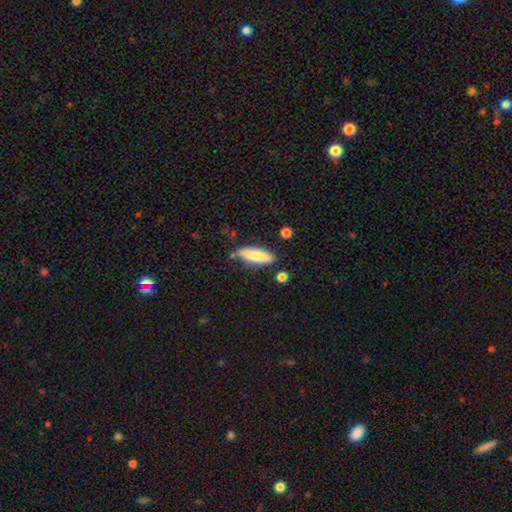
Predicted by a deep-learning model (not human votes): This appears to be a smooth galaxy with no disk features (79%) that is cigar-shaped (55%). Merging: none (79%).